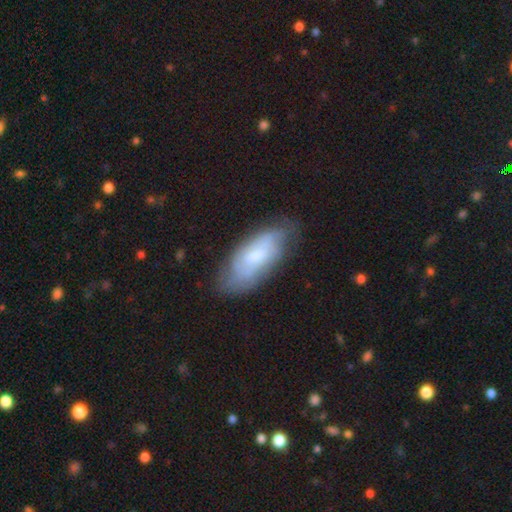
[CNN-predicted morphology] smooth-or-featured: featured or disk: 52% | smooth: 41% | star or artifact: 7%
  disk-edge-on: no: 86% | yes: 14%
  merging: none: 68% | minor disturbance: 24% | major disturbance: 7% | merger: 2%